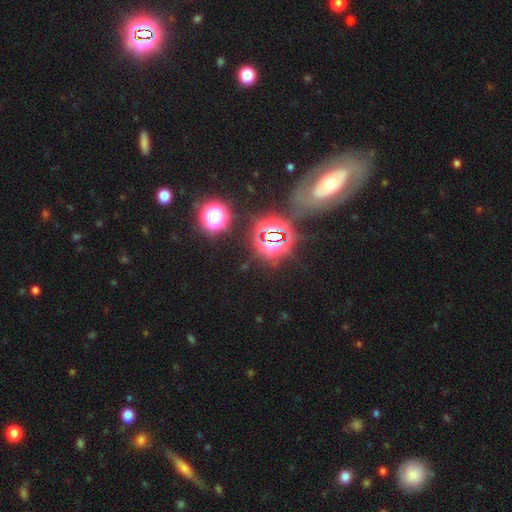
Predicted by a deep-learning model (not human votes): The model was most divided on "smooth or featured": star or artifact: 53%, featured or disk: 25%, smooth: 23%.